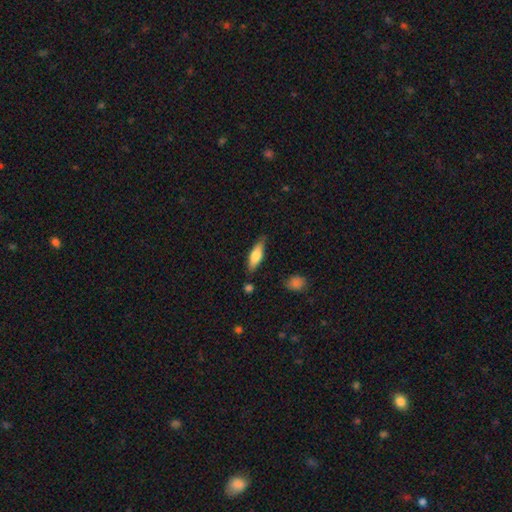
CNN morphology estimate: Smooth or featured? smooth (69%)
How rounded? in between (52%)
Merging? none (79%)